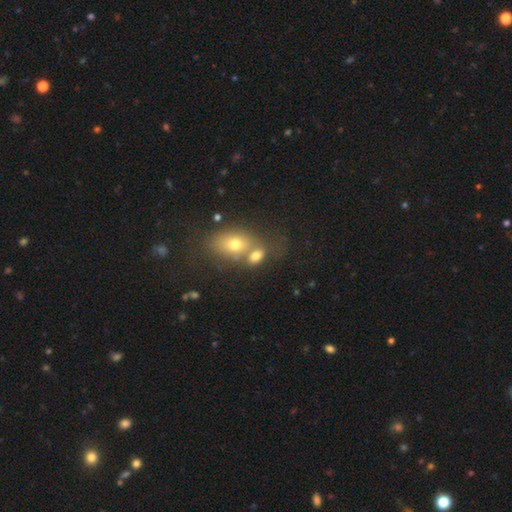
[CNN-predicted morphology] Q: Smooth or featured?
A: smooth (72%); runner-up: featured or disk (16%)
Q: How rounded?
A: in between (75%); runner-up: round (23%)
Q: Merging?
A: merger (50%); runner-up: none (33%)